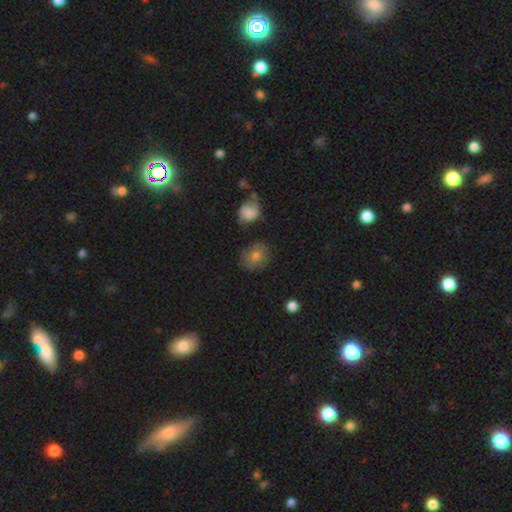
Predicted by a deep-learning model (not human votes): Morphology: type=smooth (76%); roundness=round (64%); merging=none (74%).